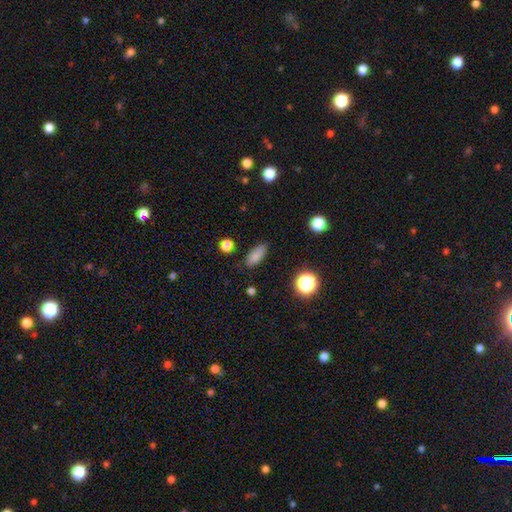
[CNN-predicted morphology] The model was most divided on "how rounded": in between: 78%, cigar-shaped: 17%, round: 5%. More confident: merging — none (83%); smooth or featured — smooth (82%).